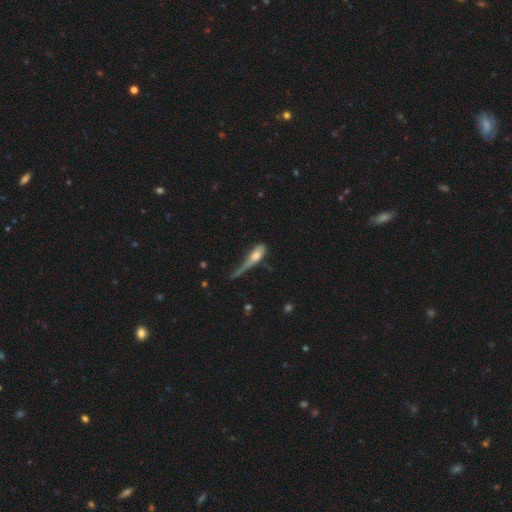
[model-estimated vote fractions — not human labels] Overall: smooth (60%; featured or disk 32%). How rounded: in between (51%; cigar-shaped 43%). Merging: major disturbance (43%; minor disturbance 24%).